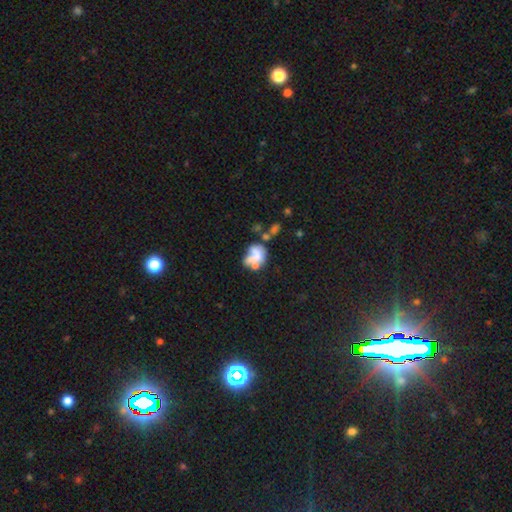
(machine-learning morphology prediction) Smooth or featured: smooth — 47% (featured or disk — 41%)
Merging: merger — 35% (major disturbance — 26%)